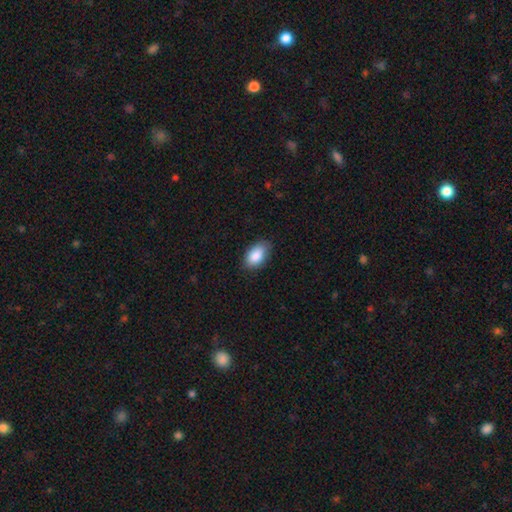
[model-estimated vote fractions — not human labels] A smooth galaxy with no disk features (88%) that is in between round and cigar-shaped (93%). Merging: none (82%).